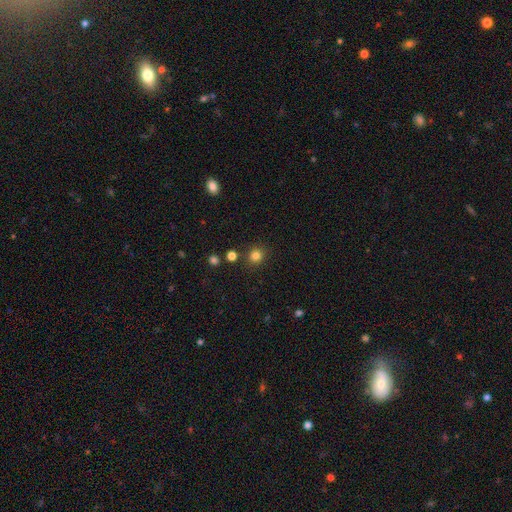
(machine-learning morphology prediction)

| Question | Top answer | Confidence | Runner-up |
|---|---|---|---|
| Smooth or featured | smooth | 82% | star or artifact (13%) |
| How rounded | round | 86% | in between (13%) |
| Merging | none | 85% | minor disturbance (8%) |